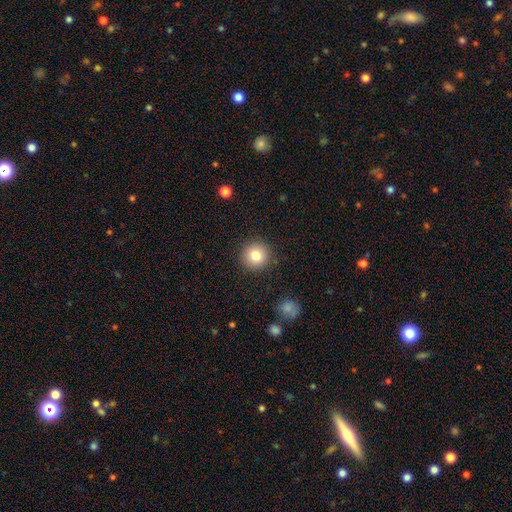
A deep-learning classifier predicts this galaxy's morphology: smooth 81%, star or artifact 10%, featured or disk 9%. Down the decision tree: how rounded — round (94%); merging — none (90%).